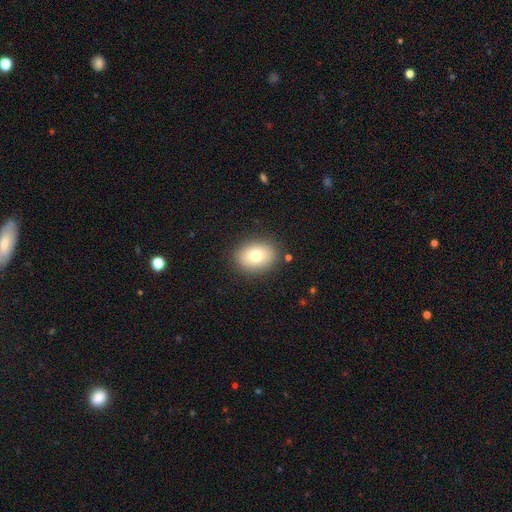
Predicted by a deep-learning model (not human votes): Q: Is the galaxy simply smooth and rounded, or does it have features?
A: smooth — 78%.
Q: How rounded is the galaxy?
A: in between — 60%.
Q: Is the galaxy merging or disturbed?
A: none — 87%.